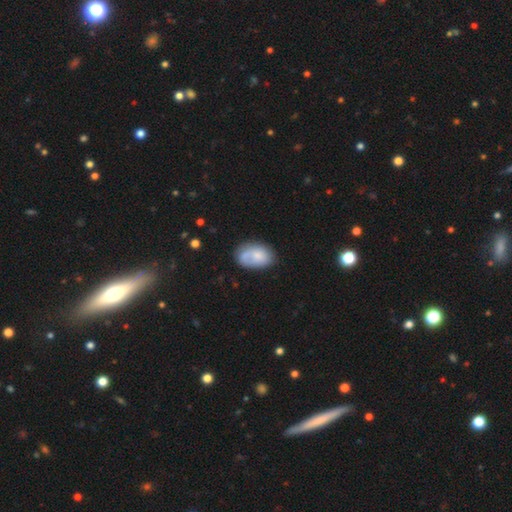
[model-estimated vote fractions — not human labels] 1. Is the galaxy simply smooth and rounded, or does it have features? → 70% smooth, 23% featured or disk, 7% star or artifact.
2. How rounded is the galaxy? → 87% in between, 11% round, 1% cigar-shaped.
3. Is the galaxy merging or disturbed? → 55% none, 25% minor disturbance, 11% major disturbance, 9% merger.